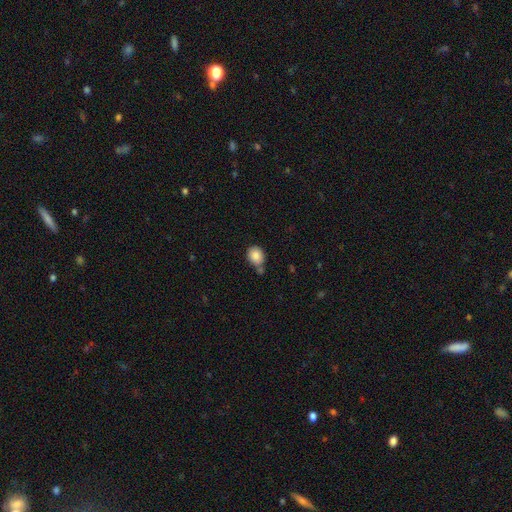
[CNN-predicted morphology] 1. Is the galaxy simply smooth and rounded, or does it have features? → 85% smooth, 9% star or artifact, 6% featured or disk.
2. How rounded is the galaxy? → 67% round, 32% in between, 1% cigar-shaped.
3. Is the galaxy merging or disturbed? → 59% none, 19% merger, 18% minor disturbance, 4% major disturbance.